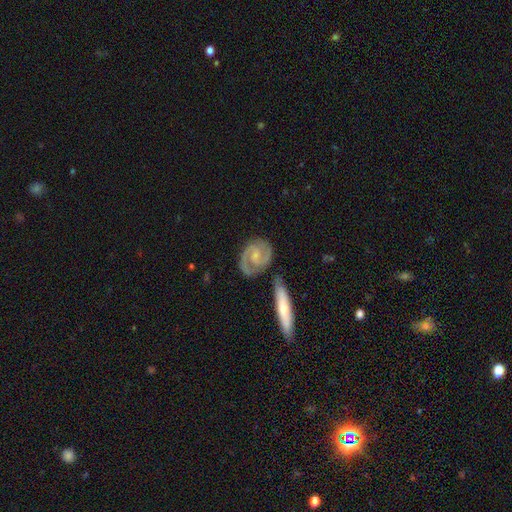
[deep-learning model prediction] Smooth or featured? Predicted: featured or disk (p=0.88). Edge-on disk? Predicted: no (p=0.96). Bar? Predicted: no (p=0.43, tied with weak). Spiral arms? Predicted: yes (p=0.98). Spiral winding? Predicted: medium (p=0.50). Spiral arm count? Predicted: 2 (p=0.92). Bulge size? Predicted: small (p=0.54). Merging? Predicted: none (p=0.77).